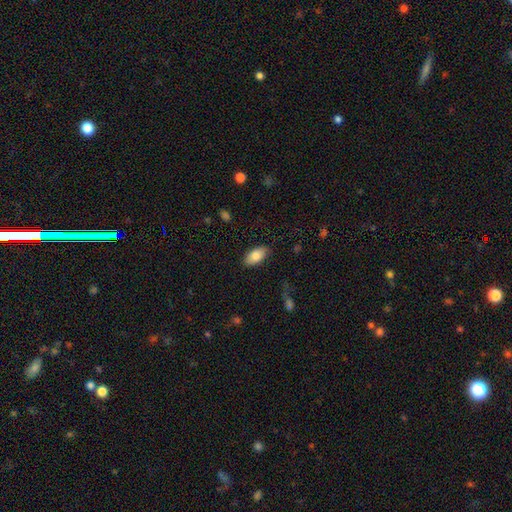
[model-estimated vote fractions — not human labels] smooth 82%, featured or disk 11%, star or artifact 7%. Down the decision tree: how rounded — in between (93%); merging — none (85%).